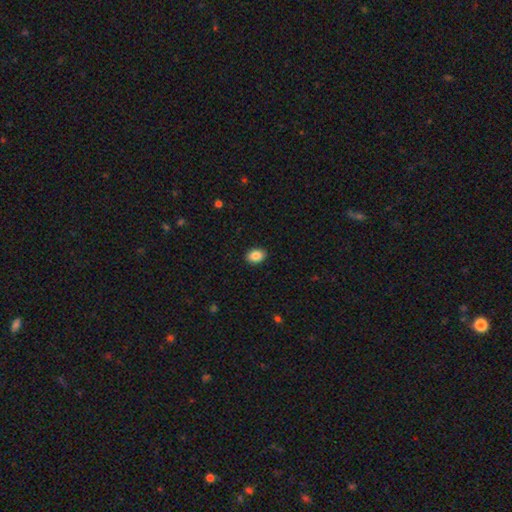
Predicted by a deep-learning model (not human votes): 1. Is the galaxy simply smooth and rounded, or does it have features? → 87% smooth, 8% star or artifact, 5% featured or disk.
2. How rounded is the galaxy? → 76% in between, 23% round, 1% cigar-shaped.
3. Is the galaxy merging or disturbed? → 91% none, 7% minor disturbance, 2% major disturbance, 1% merger.